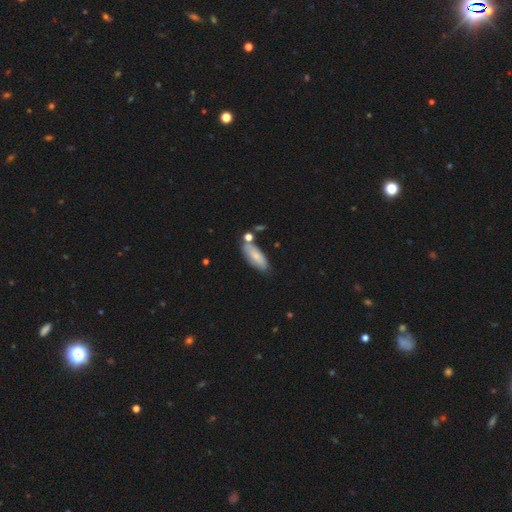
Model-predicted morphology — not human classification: The model was most divided on "merging": none: 63%, minor disturbance: 21%, merger: 12%, major disturbance: 5%. More confident: how rounded — in between (76%); smooth or featured — smooth (72%).